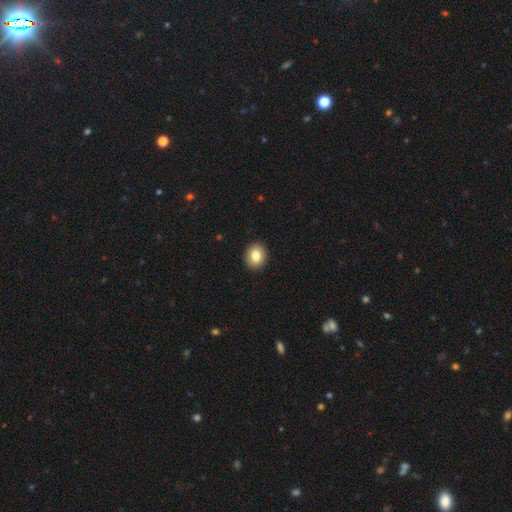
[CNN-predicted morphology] smooth 82%, featured or disk 9%, star or artifact 9%. Down the decision tree: how rounded — round (65%); merging — none (92%).